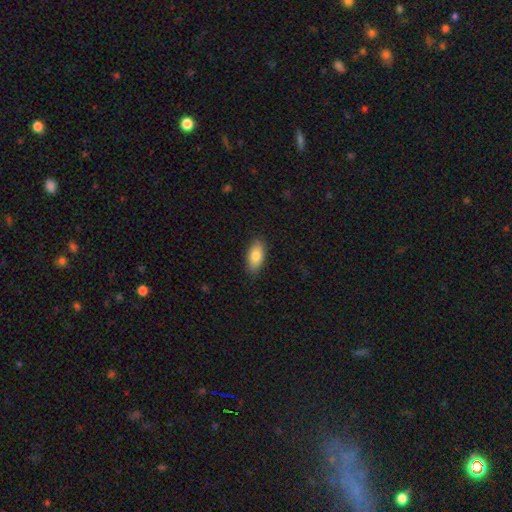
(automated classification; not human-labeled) A smooth galaxy with no disk features (82%) that is in between round and cigar-shaped (89%). Merging: none (87%).